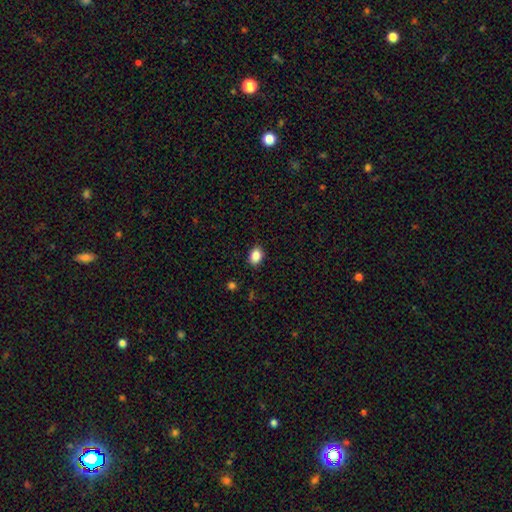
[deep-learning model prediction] smooth-or-featured: smooth: 87% | star or artifact: 9% | featured or disk: 4%
  how-rounded: in between: 72% | round: 27% | cigar-shaped: 1%
  merging: none: 87% | minor disturbance: 10% | major disturbance: 2% | merger: 1%